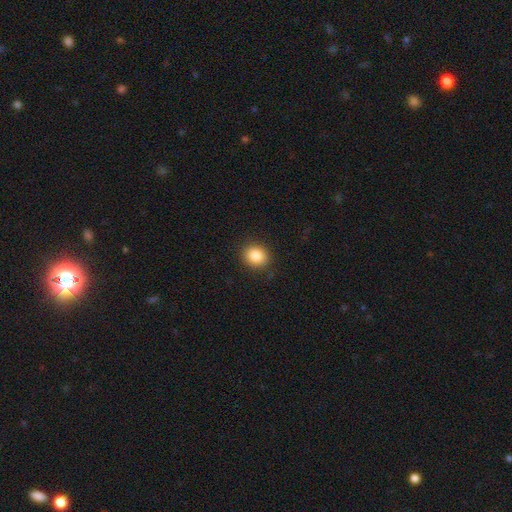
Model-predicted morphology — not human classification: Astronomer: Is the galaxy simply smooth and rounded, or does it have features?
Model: smooth — 85%.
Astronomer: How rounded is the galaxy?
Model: round — 70%.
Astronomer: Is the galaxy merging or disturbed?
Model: none — 89%.